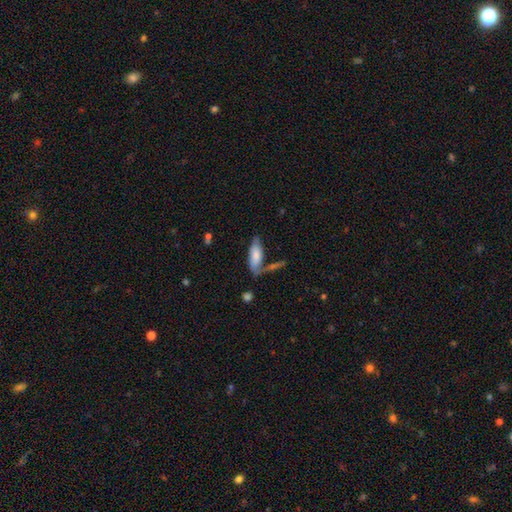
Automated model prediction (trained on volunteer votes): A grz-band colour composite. It shows a smooth galaxy with no disk features (71%) that is in between round and cigar-shaped (69%). Merging: none (48%).